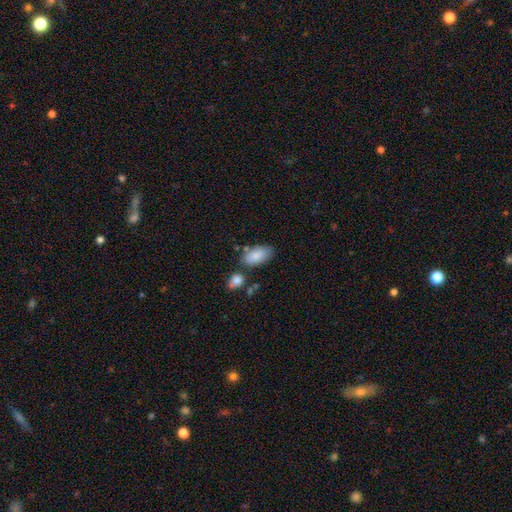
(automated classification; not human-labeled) Smooth or featured?
  - smooth: 86% *
  - featured or disk: 8%
  - star or artifact: 6%
How rounded?
  - in between: 94% *
  - cigar-shaped: 3%
  - round: 3%
Merging?
  - none: 67% *
  - minor disturbance: 18%
  - merger: 10%
  - major disturbance: 5%